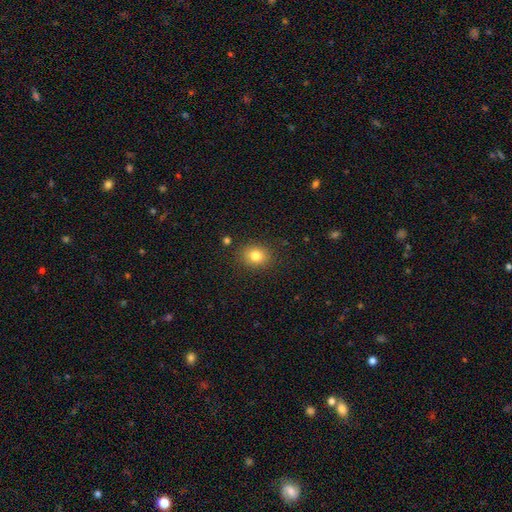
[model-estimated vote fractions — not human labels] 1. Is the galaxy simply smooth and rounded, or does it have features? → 81% smooth, 11% star or artifact, 8% featured or disk.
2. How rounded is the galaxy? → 58% round, 41% in between, 1% cigar-shaped.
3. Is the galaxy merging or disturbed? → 87% none, 9% minor disturbance, 3% major disturbance, 2% merger.